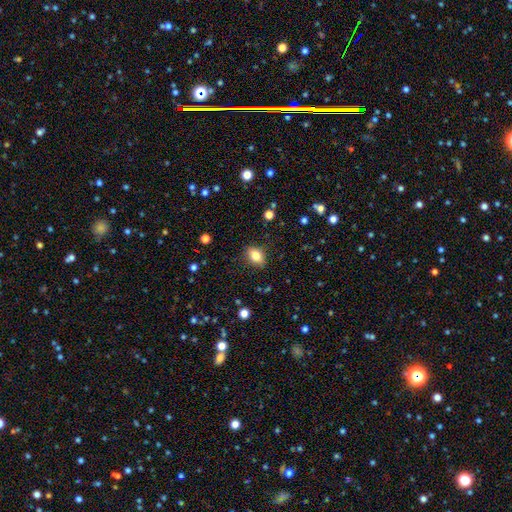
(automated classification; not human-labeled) Q: Smooth or featured?
A: smooth (81%); runner-up: star or artifact (10%)
Q: How rounded?
A: in between (66%); runner-up: round (32%)
Q: Merging?
A: none (83%); runner-up: minor disturbance (13%)